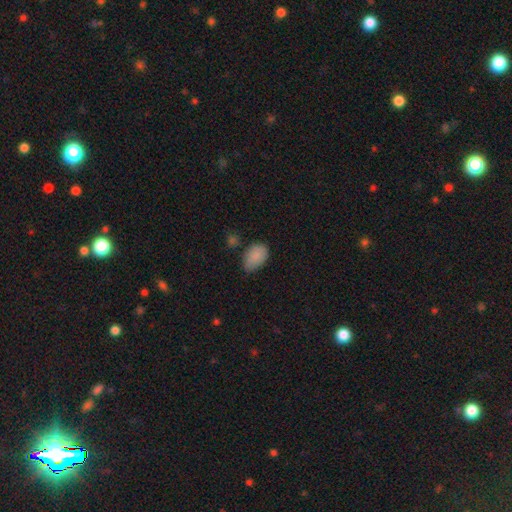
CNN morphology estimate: type=smooth (86%); roundness=in between (87%); merging=none (54%).